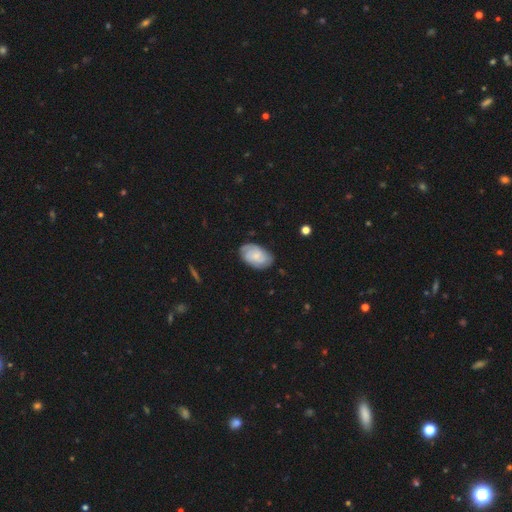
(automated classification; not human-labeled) Morphology: type=featured or disk (53%); edge-on=no (96%); bar=no (69%); spiral arms=yes (89%); bulge=small (54%); merging=none (76%).